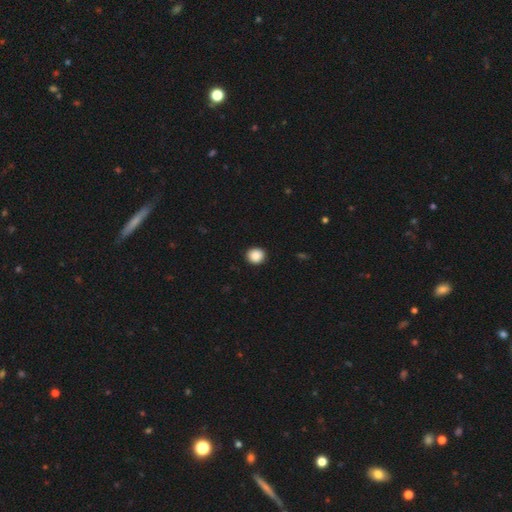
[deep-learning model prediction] Smooth or featured? smooth (89%)
How rounded? round (85%)
Merging? none (92%)